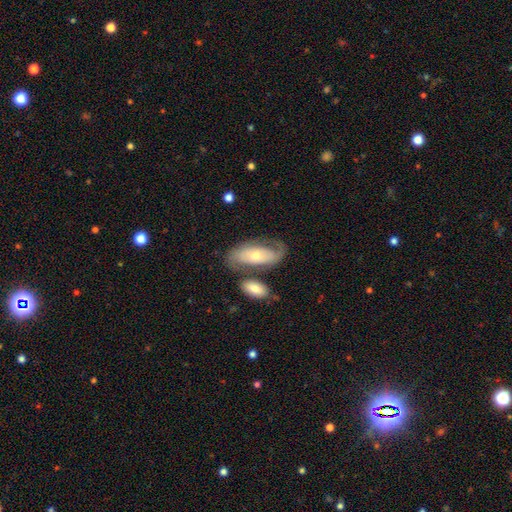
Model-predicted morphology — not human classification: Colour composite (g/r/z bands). It shows a featured or disk galaxy (58%) with no bar (74%), spiral arms (73%) and a small central bulge (51%). Merging: none (53%).